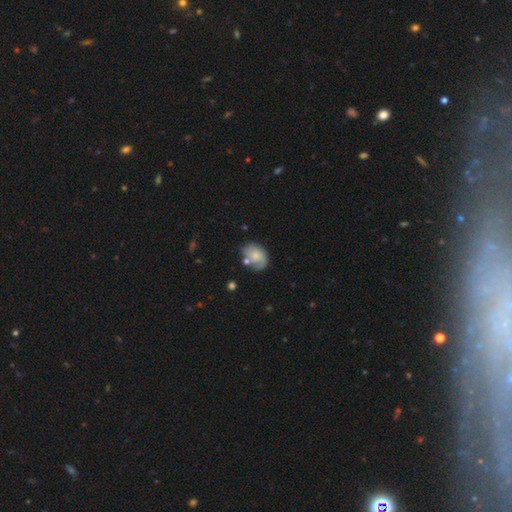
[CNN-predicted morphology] Smooth or featured? Predicted: smooth (p=0.62). How rounded? Predicted: in between (p=0.68). Merging? Predicted: none (p=0.50).